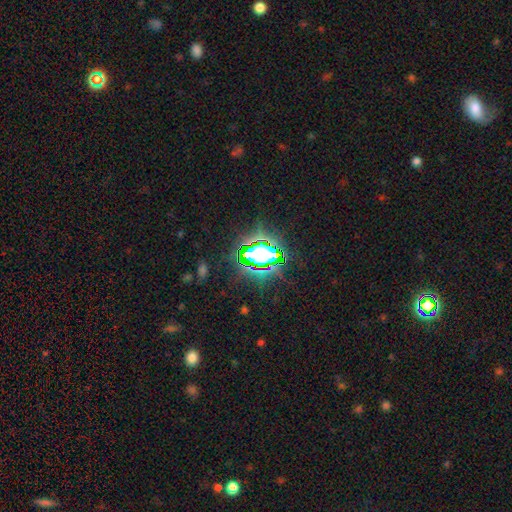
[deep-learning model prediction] Smooth or featured? Predicted: star or artifact (p=0.80).